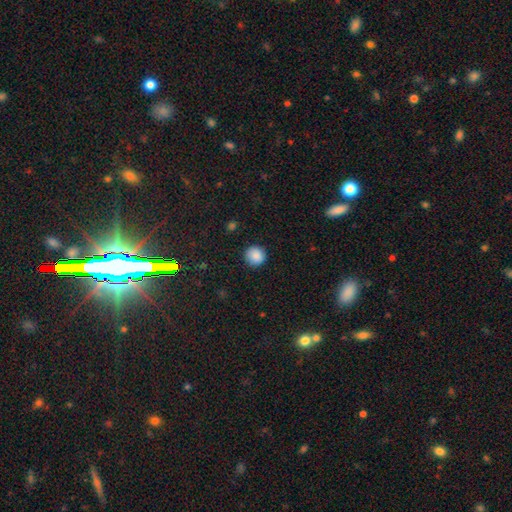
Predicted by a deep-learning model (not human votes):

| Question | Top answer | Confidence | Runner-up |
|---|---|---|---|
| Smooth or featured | smooth | 88% | star or artifact (9%) |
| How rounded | round | 94% | in between (5%) |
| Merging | none | 90% | minor disturbance (7%) |